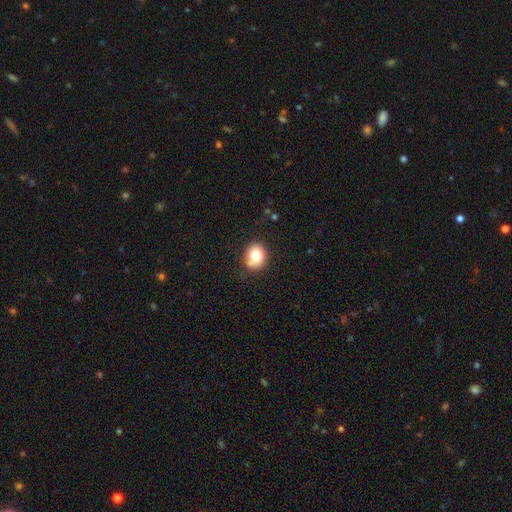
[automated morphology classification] smooth-or-featured: smooth: 79% | featured or disk: 12% | star or artifact: 10%
  how-rounded: round: 66% | in between: 33% | cigar-shaped: 1%
  merging: none: 77% | minor disturbance: 16% | merger: 4% | major disturbance: 3%